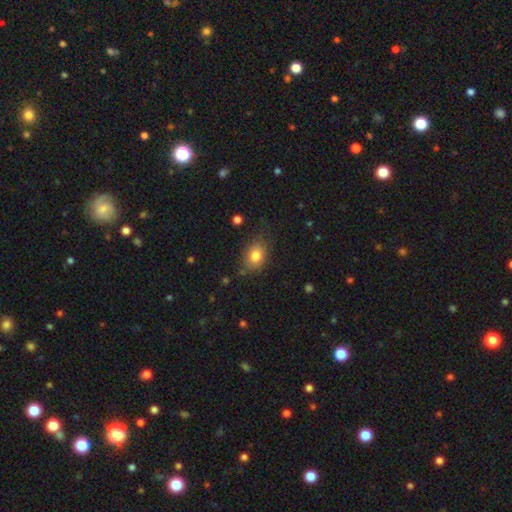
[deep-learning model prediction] Smooth or featured?
  - smooth: 80% *
  - featured or disk: 11%
  - star or artifact: 9%
How rounded?
  - in between: 71% *
  - round: 27%
  - cigar-shaped: 1%
Merging?
  - none: 74% *
  - minor disturbance: 19%
  - major disturbance: 5%
  - merger: 2%